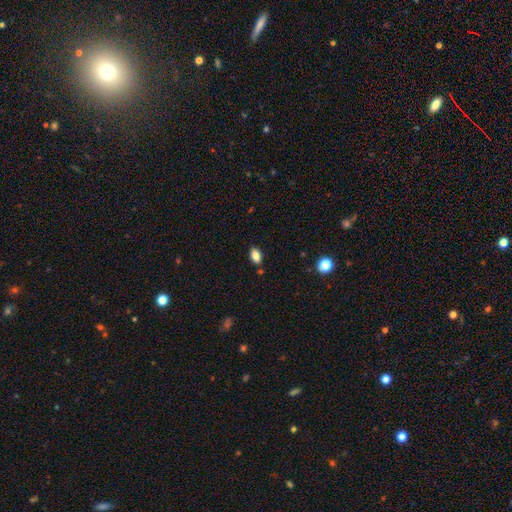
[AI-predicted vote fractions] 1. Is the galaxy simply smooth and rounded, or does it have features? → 84% smooth, 10% star or artifact, 7% featured or disk.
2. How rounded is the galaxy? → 90% in between, 7% round, 3% cigar-shaped.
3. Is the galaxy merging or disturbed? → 84% none, 10% minor disturbance, 3% merger, 2% major disturbance.